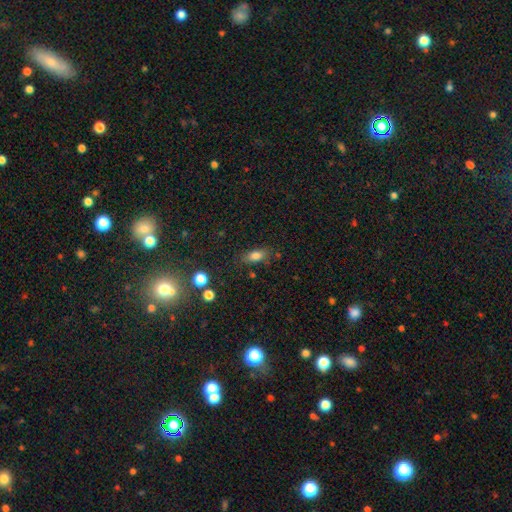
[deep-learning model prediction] A smooth galaxy with no disk features (79%) that is in between round and cigar-shaped (80%).

Vote fractions:
- Smooth or featured? smooth: 79% / star or artifact: 11% / featured or disk: 10%
- How rounded? in between: 80% / cigar-shaped: 12% / round: 8%
- Merging? none: 78% / minor disturbance: 14% / major disturbance: 4% / merger: 3%